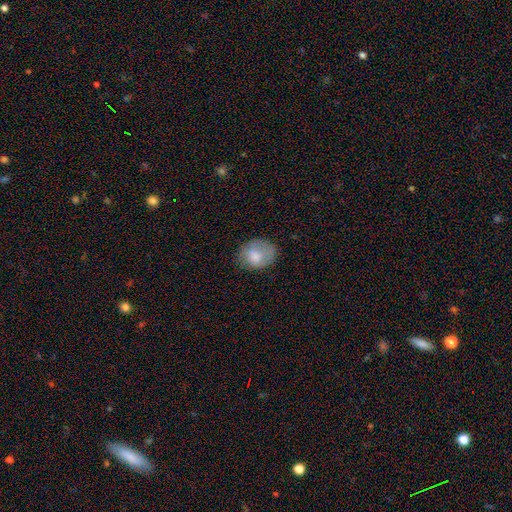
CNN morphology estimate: Smooth or featured? smooth (75%)
How rounded? in between (55%)
Merging? none (62%)